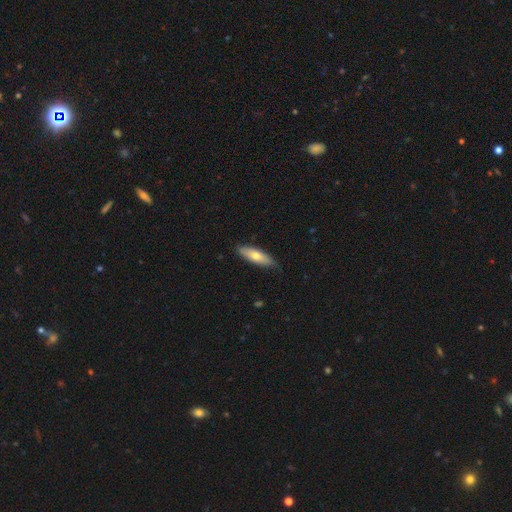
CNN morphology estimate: Overall: smooth (65%; featured or disk 29%). How rounded: cigar-shaped (54%; in between 44%). Merging: none (86%).